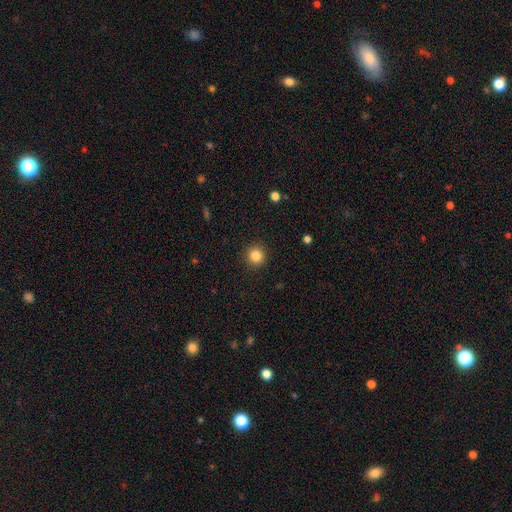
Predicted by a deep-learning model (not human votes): smooth 84%, star or artifact 11%, featured or disk 5%. Down the decision tree: how rounded — round (93%); merging — none (92%).